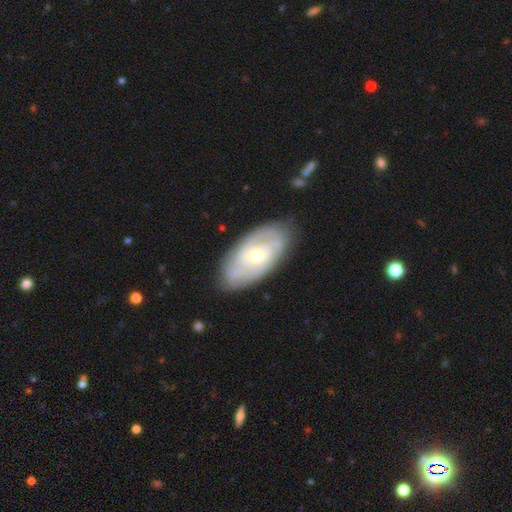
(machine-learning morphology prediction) type=featured or disk (75%); edge-on=no (93%); bar=no (59%); spiral arms=yes (87%); winding=tight (66%); arm count=can't tell (42%); bulge=moderate (53%); merging=none (78%).